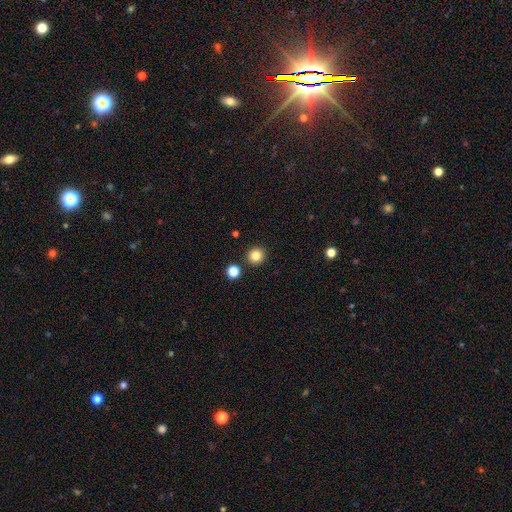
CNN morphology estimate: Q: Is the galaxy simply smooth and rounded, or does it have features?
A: smooth — 83%.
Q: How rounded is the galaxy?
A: round — 95%.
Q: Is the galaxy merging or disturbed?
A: none — 90%.